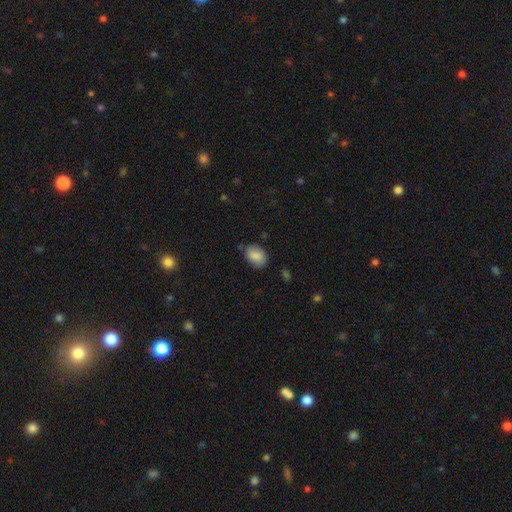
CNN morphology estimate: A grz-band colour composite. It shows a smooth galaxy with no disk features (85%) that is in between round and cigar-shaped (80%). Merging: none (77%).